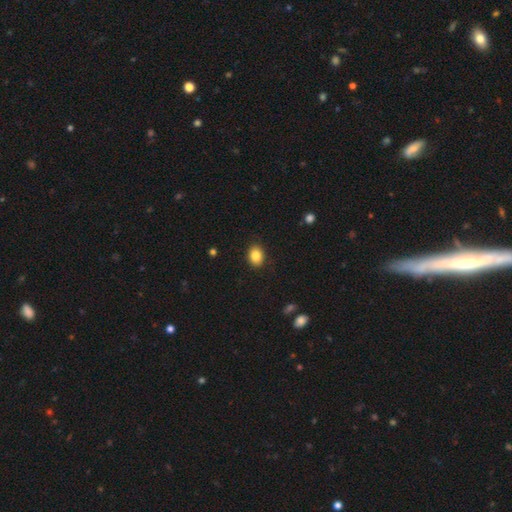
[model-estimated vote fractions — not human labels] smooth 85%, star or artifact 9%, featured or disk 6%. Down the decision tree: how rounded — in between (65%); merging — none (88%).